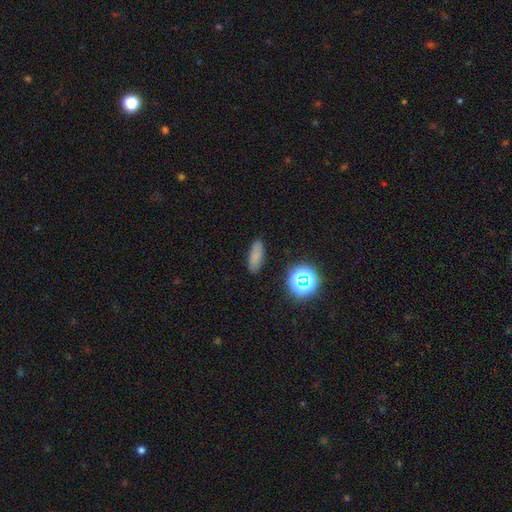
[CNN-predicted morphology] type=smooth (77%); roundness=in between (70%); merging=none (85%).